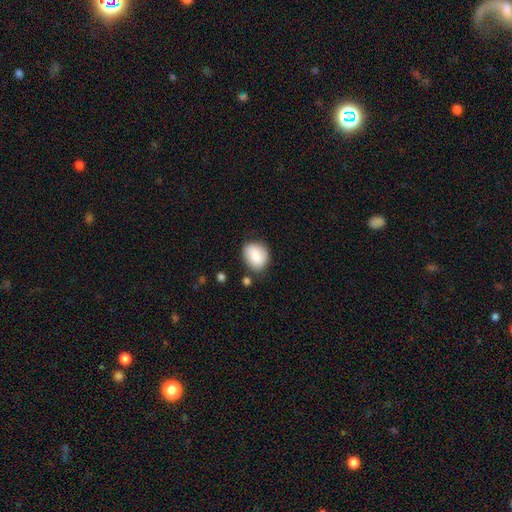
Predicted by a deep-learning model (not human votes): Smooth or featured: smooth — 82% (featured or disk — 11%)
How rounded: round — 52% (in between — 47%)
Merging: none — 71% (minor disturbance — 19%)